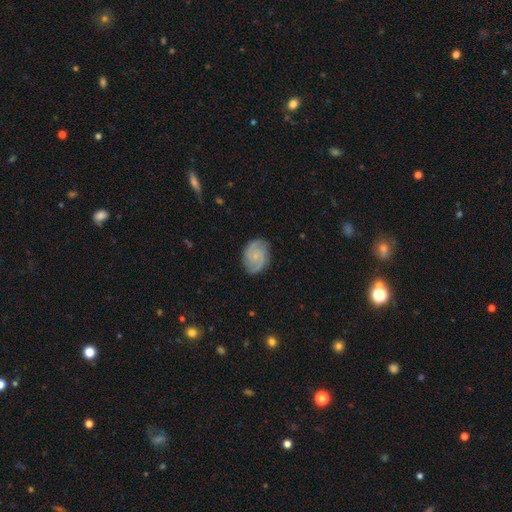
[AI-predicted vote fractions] This appears to be a featured or disk galaxy (79%) with no bar (68%), 2 (65%) tight (51%) spiral arms (96%) and a small central bulge (71%). Merging: none (82%).